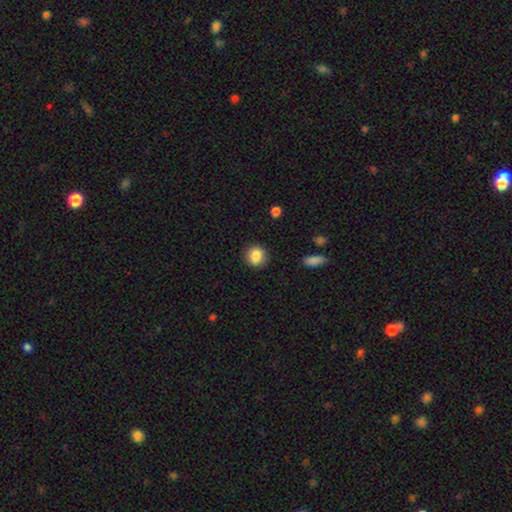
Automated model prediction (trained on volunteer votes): Morphology: type=smooth (87%); roundness=round (84%); merging=none (89%).